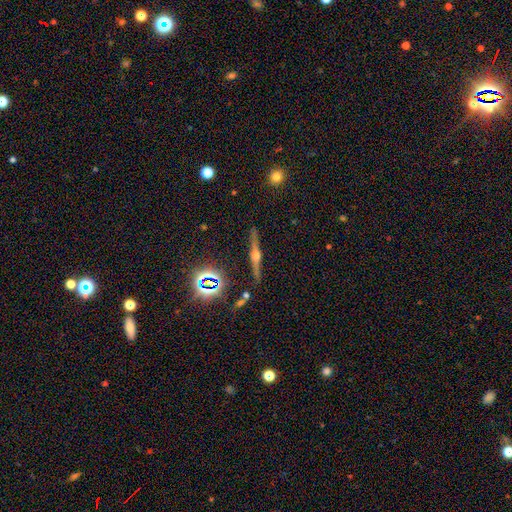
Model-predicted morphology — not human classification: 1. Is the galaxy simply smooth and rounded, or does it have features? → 74% featured or disk, 13% star or artifact, 13% smooth.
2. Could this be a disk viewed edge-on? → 98% yes, 2% no.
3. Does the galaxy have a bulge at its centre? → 92% rounded, 5% boxy, 3% none.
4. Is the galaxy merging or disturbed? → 89% none, 7% minor disturbance, 2% merger, 2% major disturbance.